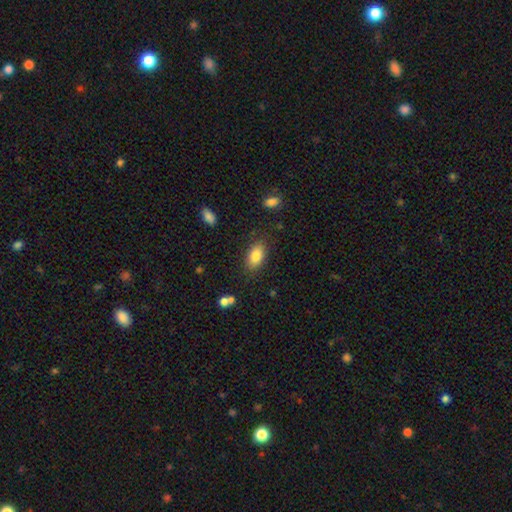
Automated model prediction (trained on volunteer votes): The model was most divided on "merging": none: 82%, minor disturbance: 12%, major disturbance: 3%, merger: 2%. More confident: how rounded — in between (90%); smooth or featured — smooth (83%).